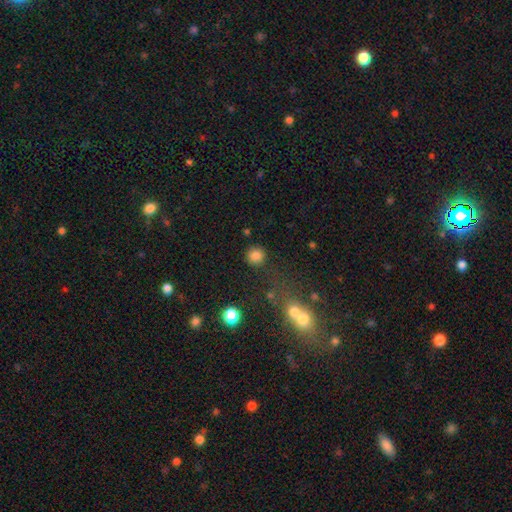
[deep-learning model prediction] The model was most divided on "smooth or featured": smooth: 82%, star or artifact: 13%, featured or disk: 5%. More confident: how rounded — round (92%); merging — none (83%).